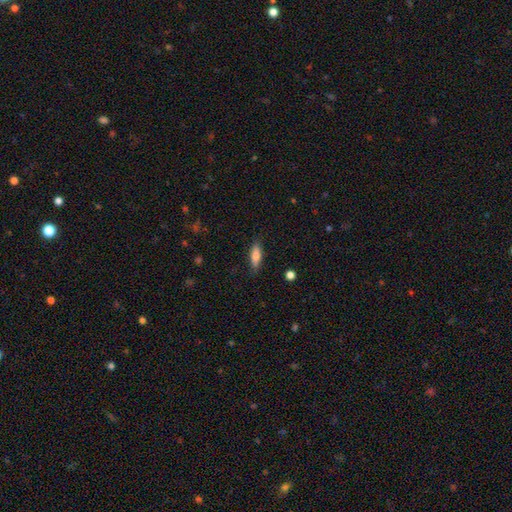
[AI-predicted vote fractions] Smooth or featured? Predicted: smooth (p=0.75). How rounded? Predicted: in between (p=0.49). Merging? Predicted: none (p=0.84).